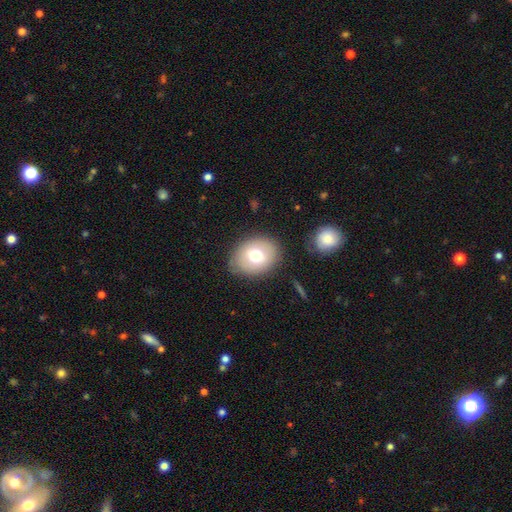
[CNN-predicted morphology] smooth_or_featured: smooth (p=0.70) [alt: featured or disk p=0.20]
how_rounded: in between (p=0.55) [alt: round p=0.44]
merging: none (p=0.81) [alt: minor disturbance p=0.13]